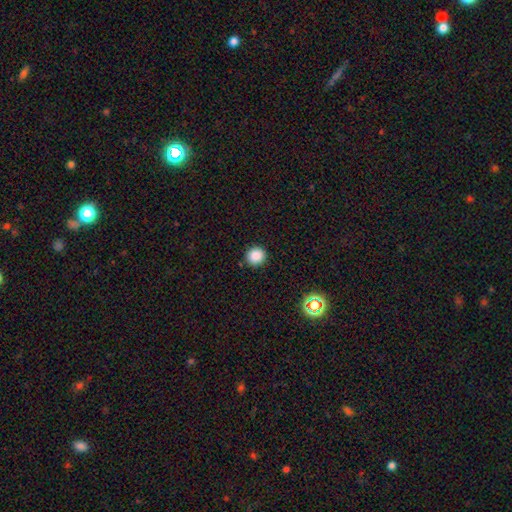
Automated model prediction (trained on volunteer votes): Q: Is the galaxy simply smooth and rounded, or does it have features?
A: smooth — 85%.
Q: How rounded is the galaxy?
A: round — 92%.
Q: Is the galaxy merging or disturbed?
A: none — 90%.